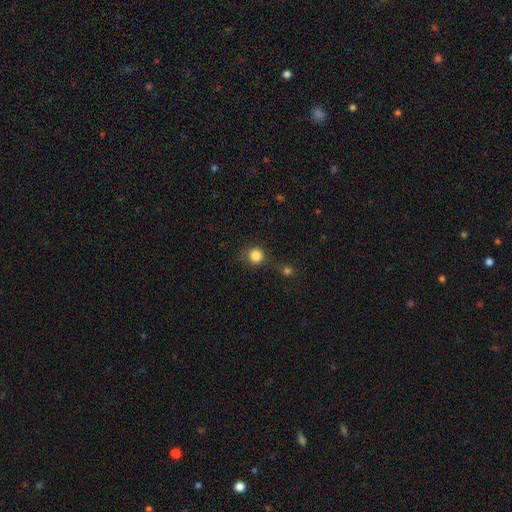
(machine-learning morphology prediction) Q: Smooth or featured?
A: smooth (84%); runner-up: star or artifact (11%)
Q: How rounded?
A: round (93%); runner-up: in between (6%)
Q: Merging?
A: none (73%); runner-up: minor disturbance (13%)